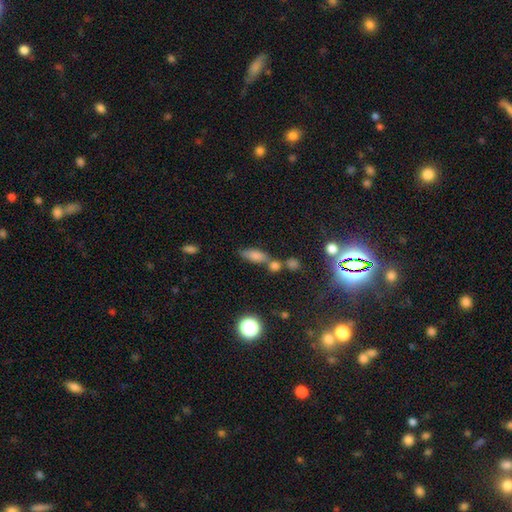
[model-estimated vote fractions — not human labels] This is likely a smooth galaxy (75%). How rounded: likely in between (69%). Merging: marginally none (42%).